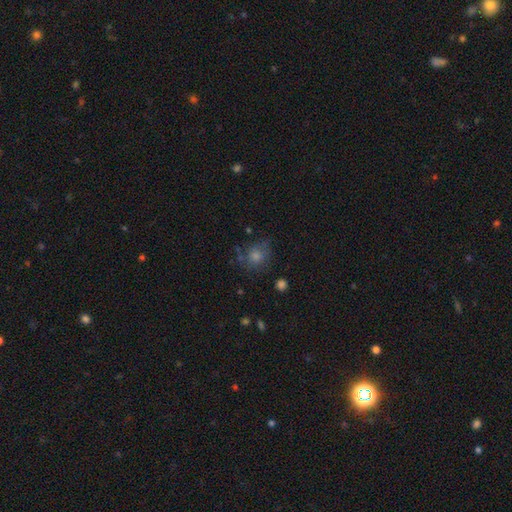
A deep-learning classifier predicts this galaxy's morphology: smooth-or-featured: smooth: 56% | star or artifact: 24% | featured or disk: 20%
  how-rounded: round: 77% | in between: 22% | cigar-shaped: 1%
  merging: none: 67% | minor disturbance: 19% | major disturbance: 10% | merger: 4%